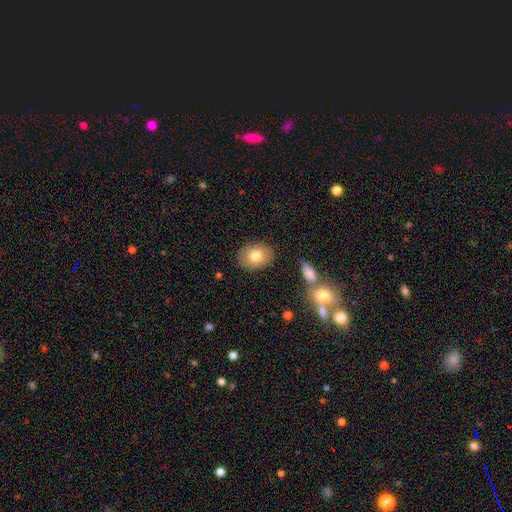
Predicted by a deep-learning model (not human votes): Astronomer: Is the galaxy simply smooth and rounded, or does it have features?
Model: smooth — 77%.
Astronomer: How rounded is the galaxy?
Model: in between — 68%.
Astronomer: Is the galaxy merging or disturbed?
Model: none — 85%.